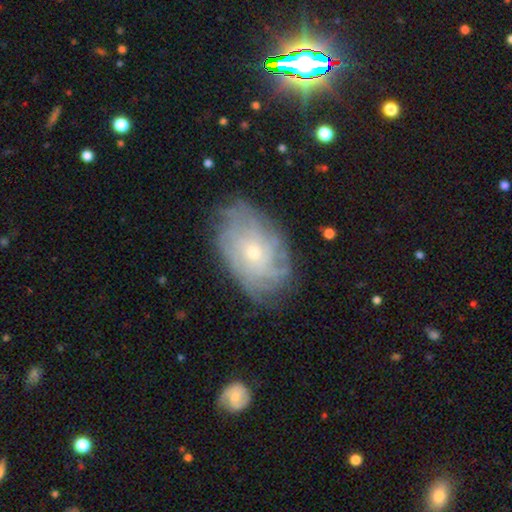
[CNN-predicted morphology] Overall: featured or disk (73%). Edge-on disk: no (95%). Bar: no (79%). Spiral arms: yes (90%). Spiral arm count: can't tell (50%; more than 4 17%). Spiral winding: tight (70%). Bulge size: small (66%; moderate 30%). Merging: none (78%).